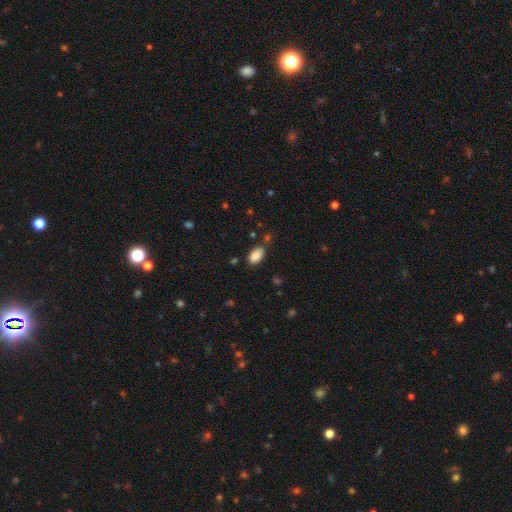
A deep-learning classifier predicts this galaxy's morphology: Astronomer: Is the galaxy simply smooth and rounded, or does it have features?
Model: smooth — 88%.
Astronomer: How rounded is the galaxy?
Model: in between — 93%.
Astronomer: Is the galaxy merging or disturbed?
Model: none — 80%.